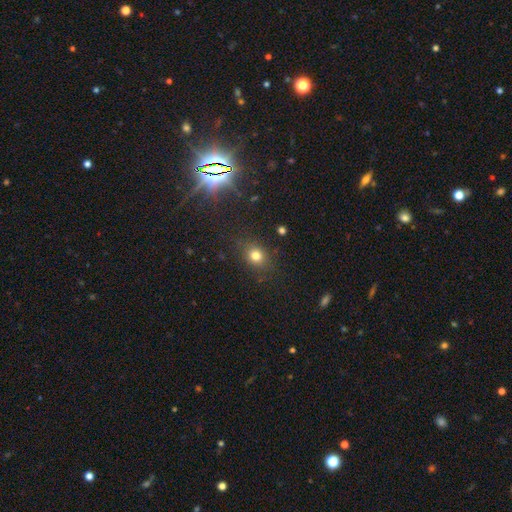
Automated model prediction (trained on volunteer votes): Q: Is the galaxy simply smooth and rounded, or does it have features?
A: smooth — 76%.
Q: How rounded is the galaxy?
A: round — 64%.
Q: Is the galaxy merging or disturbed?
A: none — 82%.